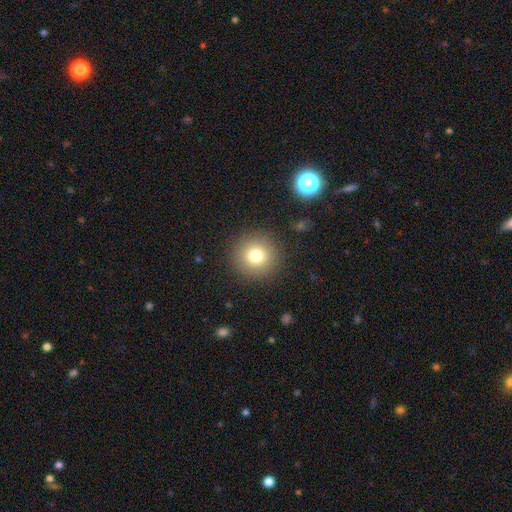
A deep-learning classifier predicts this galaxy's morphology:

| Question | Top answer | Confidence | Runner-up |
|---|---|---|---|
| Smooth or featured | smooth | 78% | star or artifact (12%) |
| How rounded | round | 94% | in between (5%) |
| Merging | none | 90% | minor disturbance (6%) |